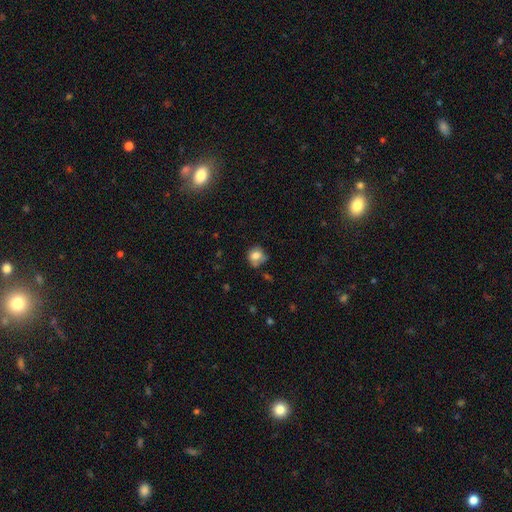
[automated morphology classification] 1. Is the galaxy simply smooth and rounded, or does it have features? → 75% smooth, 15% featured or disk, 10% star or artifact.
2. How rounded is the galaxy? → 73% round, 26% in between, 1% cigar-shaped.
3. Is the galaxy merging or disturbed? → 52% none, 29% minor disturbance, 12% major disturbance, 7% merger.